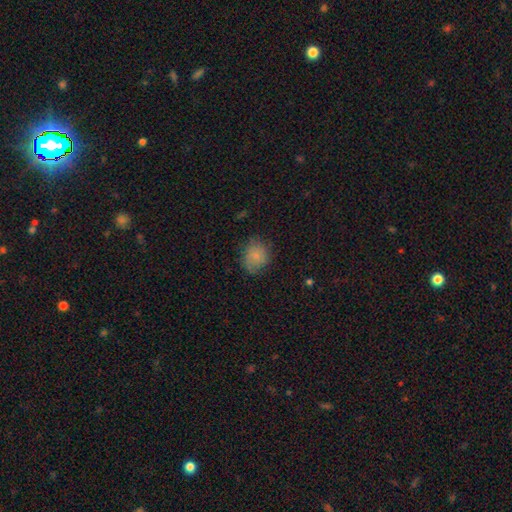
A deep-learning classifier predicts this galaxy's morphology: This appears to be a smooth galaxy with no disk features (79%) that is round (69%). Merging: none (72%).